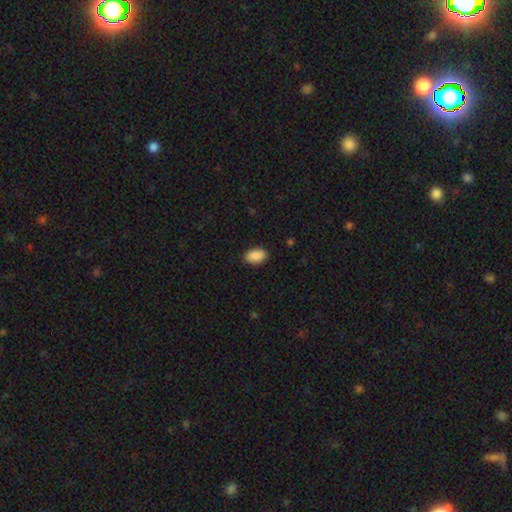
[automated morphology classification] Smooth or featured? Predicted: smooth (p=0.91). How rounded? Predicted: in between (p=0.93). Merging? Predicted: none (p=0.88).